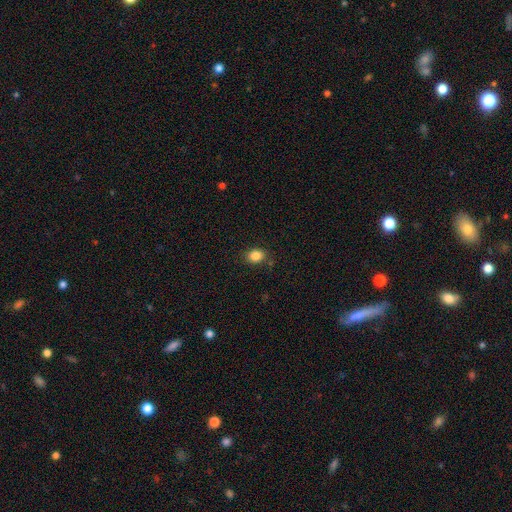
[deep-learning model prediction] Smooth or featured?
  - smooth: 85% *
  - star or artifact: 10%
  - featured or disk: 5%
How rounded?
  - in between: 51% *
  - round: 48%
  - cigar-shaped: 1%
Merging?
  - none: 83% *
  - minor disturbance: 12%
  - major disturbance: 3%
  - merger: 2%